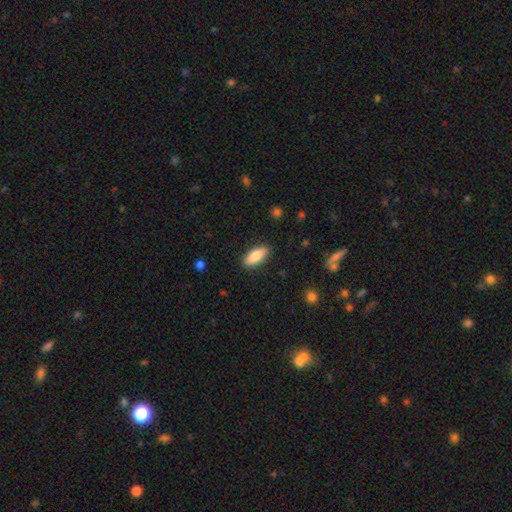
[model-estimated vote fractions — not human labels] Smooth or featured: smooth — 80% (featured or disk — 14%)
How rounded: in between — 75% (cigar-shaped — 22%)
Merging: none — 88% (minor disturbance — 9%)